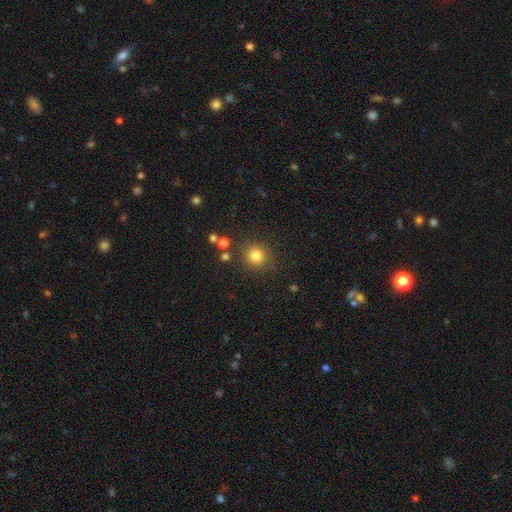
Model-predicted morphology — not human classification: smooth_or_featured: smooth (p=0.81) [alt: star or artifact p=0.13]
how_rounded: round (p=0.92) [alt: in between p=0.07]
merging: none (p=0.85) [alt: minor disturbance p=0.08]